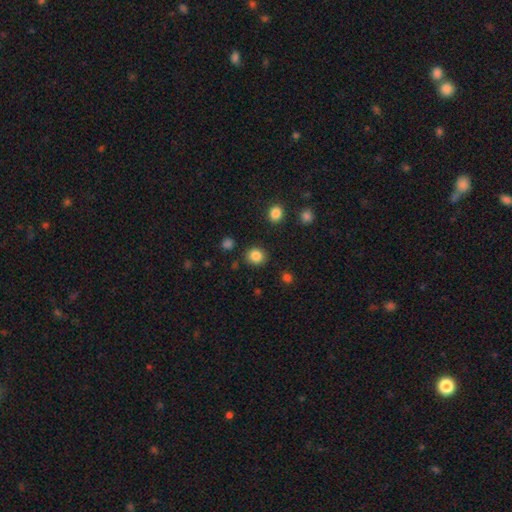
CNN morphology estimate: Smooth or featured?
  - smooth: 86% *
  - star or artifact: 10%
  - featured or disk: 4%
How rounded?
  - round: 82% *
  - in between: 17%
  - cigar-shaped: 1%
Merging?
  - none: 88% *
  - minor disturbance: 7%
  - major disturbance: 3%
  - merger: 2%